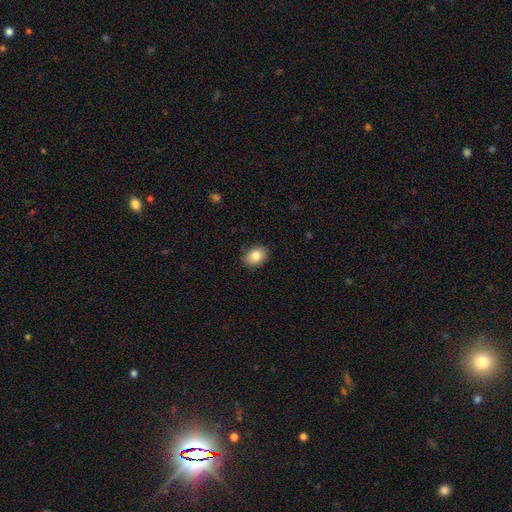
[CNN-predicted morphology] Smooth or featured: smooth — 84% (star or artifact — 8%)
How rounded: in between — 71% (round — 28%)
Merging: none — 88% (minor disturbance — 9%)